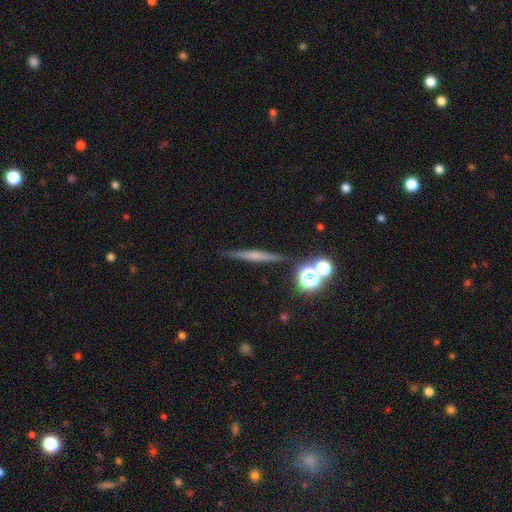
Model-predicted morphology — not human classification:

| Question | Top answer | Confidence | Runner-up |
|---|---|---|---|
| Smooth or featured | featured or disk | 47% | smooth (40%) |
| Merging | none | 87% | minor disturbance (8%) |